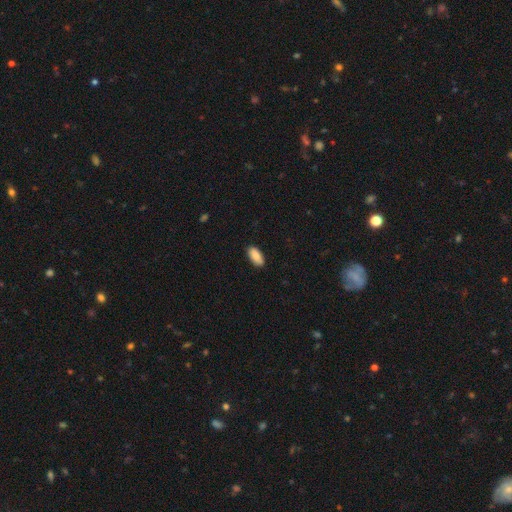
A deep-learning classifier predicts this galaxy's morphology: Q: Smooth or featured?
A: smooth (89%); runner-up: star or artifact (6%)
Q: How rounded?
A: in between (92%); runner-up: cigar-shaped (6%)
Q: Merging?
A: none (89%); runner-up: minor disturbance (8%)